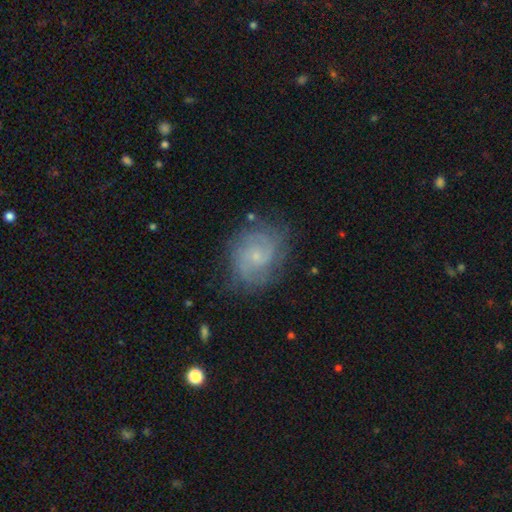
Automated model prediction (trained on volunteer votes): Q: Smooth or featured?
A: featured or disk (75%); runner-up: smooth (17%)
Q: Edge-on disk?
A: no (98%); runner-up: yes (2%)
Q: Bar?
A: no (68%); runner-up: weak (29%)
Q: Spiral arms?
A: yes (93%); runner-up: no (7%)
Q: Spiral winding?
A: tight (48%); runner-up: medium (39%)
Q: Spiral arm count?
A: 2 (48%); runner-up: can't tell (26%)
Q: Bulge size?
A: small (79%); runner-up: moderate (13%)
Q: Merging?
A: none (76%); runner-up: minor disturbance (16%)